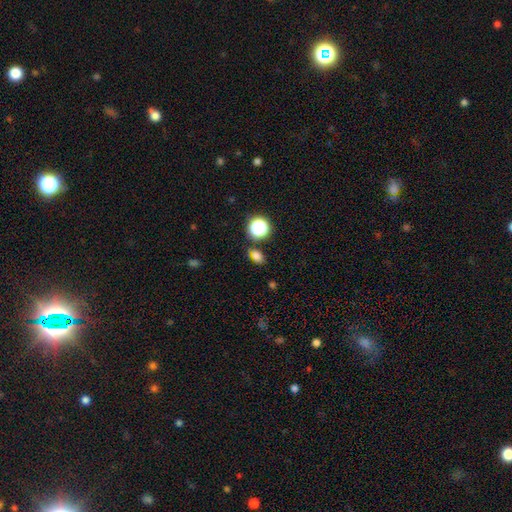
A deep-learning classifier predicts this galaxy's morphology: Smooth or featured? smooth (74%)
How rounded? in between (69%)
Merging? none (76%)